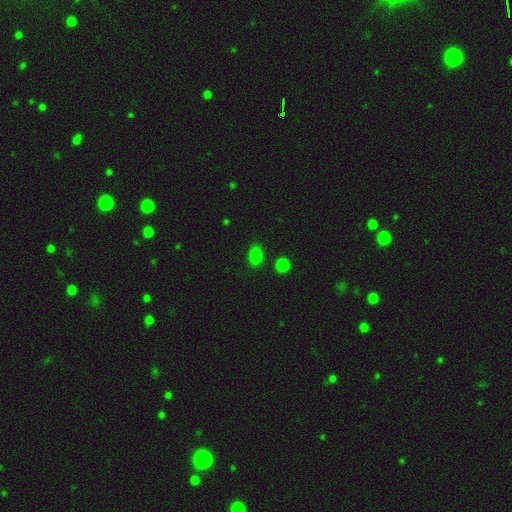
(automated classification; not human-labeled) Morphology: type=smooth (81%); roundness=in between (69%); merging=none (84%).